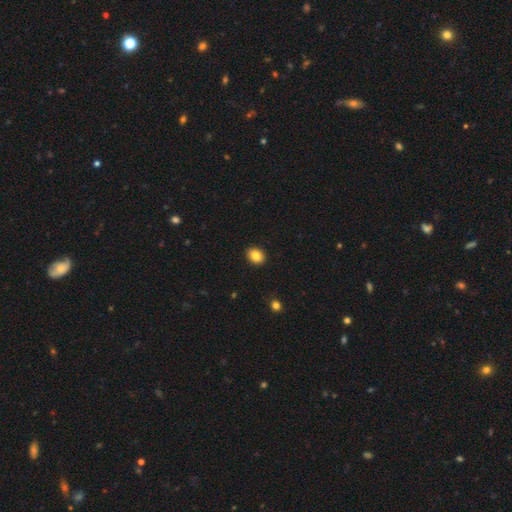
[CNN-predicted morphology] smooth-or-featured: smooth: 85% | star or artifact: 9% | featured or disk: 5%
  how-rounded: in between: 52% | round: 47% | cigar-shaped: 1%
  merging: none: 91% | minor disturbance: 6% | major disturbance: 2% | merger: 1%